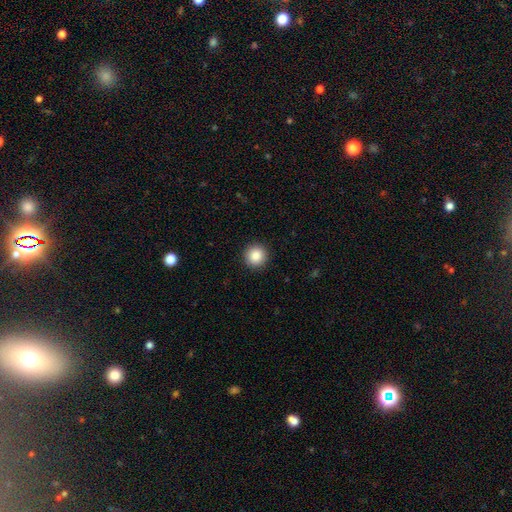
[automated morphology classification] This appears to be a smooth galaxy with no disk features (87%) that is round (95%). Merging: none (93%).